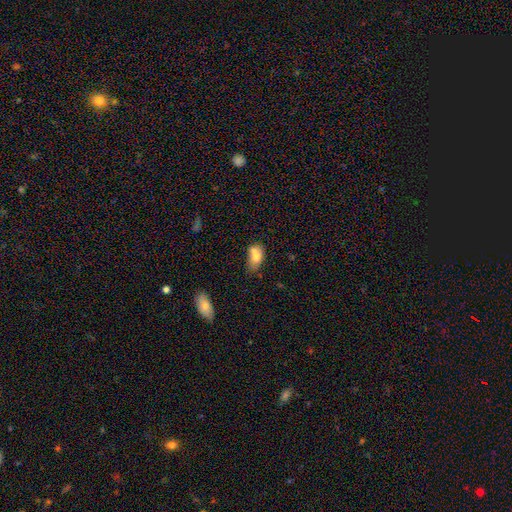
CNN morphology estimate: Smooth or featured? Predicted: smooth (p=0.71). How rounded? Predicted: in between (p=0.80). Merging? Predicted: merger (p=0.39).